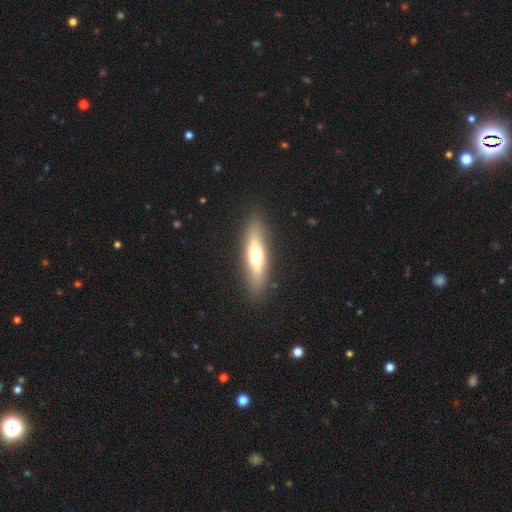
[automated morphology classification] Smooth or featured?
  - smooth: 55% *
  - featured or disk: 39%
  - star or artifact: 6%
How rounded?
  - cigar-shaped: 64% *
  - in between: 33%
  - round: 2%
Merging?
  - none: 87% *
  - minor disturbance: 9%
  - major disturbance: 3%
  - merger: 1%